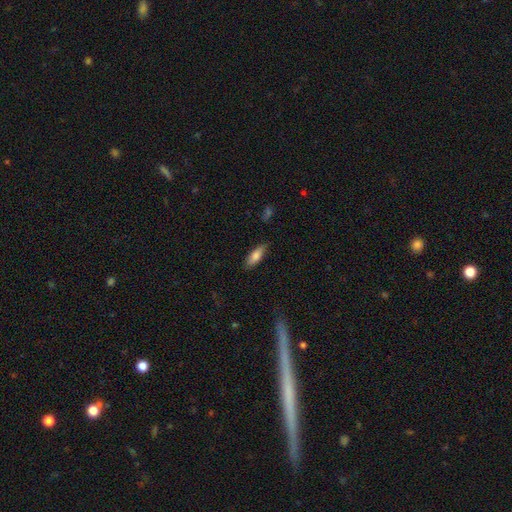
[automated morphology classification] smooth-or-featured: smooth: 80% | featured or disk: 14% | star or artifact: 6%
  how-rounded: in between: 61% | cigar-shaped: 38% | round: 2%
  merging: none: 83% | minor disturbance: 13% | major disturbance: 3% | merger: 1%